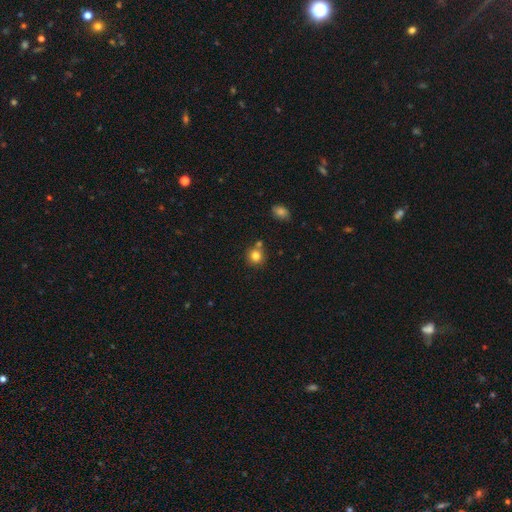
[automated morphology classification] smooth_or_featured: smooth (p=0.81) [alt: star or artifact p=0.12]
how_rounded: round (p=0.90) [alt: in between p=0.09]
merging: none (p=0.73) [alt: merger p=0.15]